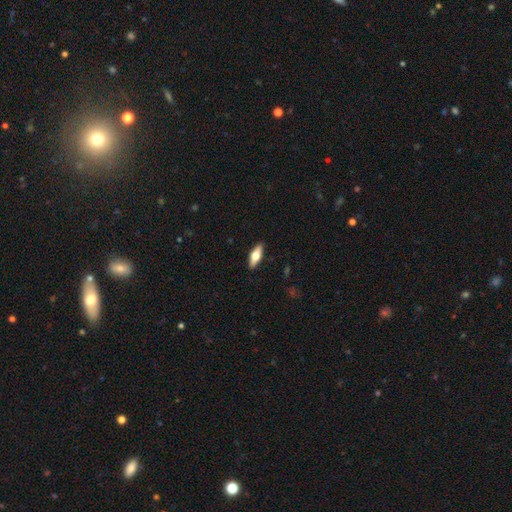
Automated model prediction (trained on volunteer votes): A smooth galaxy with no disk features (51%) that is in between round and cigar-shaped (58%). Merging: none (90%).